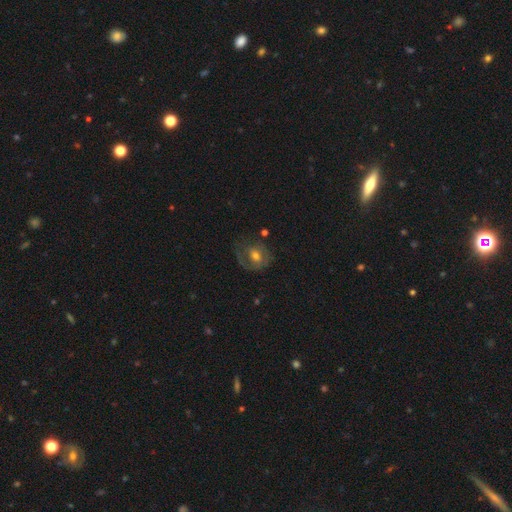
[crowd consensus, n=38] A featured or disk galaxy (50%) with no bar (74%), no spiral arms (58%) and a moderate central bulge (53%).

Vote fractions:
- Smooth or featured? featured or disk: 50% / smooth: 42% / star or artifact: 8%
- Edge-on disk? no: 100% / yes: 0%
- Bar? no: 74% / weak: 26% / strong: 0%
- Spiral arms? no: 58% / yes: 42%
- Bulge size? moderate: 53% / small: 26% / large: 21% / dominant: 0% / none: 0%
- Merging? none: 57% / major disturbance: 23% / minor disturbance: 20% / merger: 0%